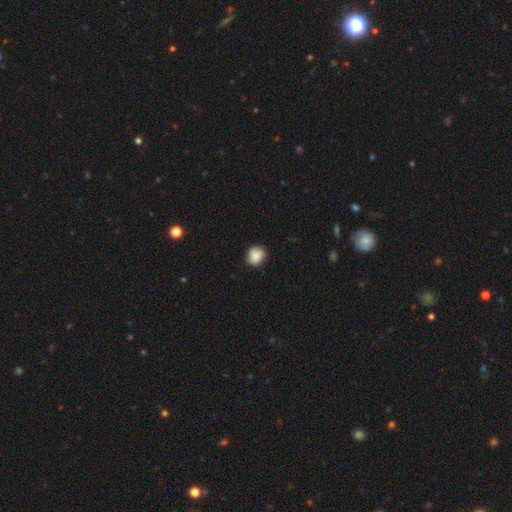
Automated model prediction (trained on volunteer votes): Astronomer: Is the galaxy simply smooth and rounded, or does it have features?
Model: smooth — 85%.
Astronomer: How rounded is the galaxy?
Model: round — 76%.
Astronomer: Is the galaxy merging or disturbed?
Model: none — 83%.